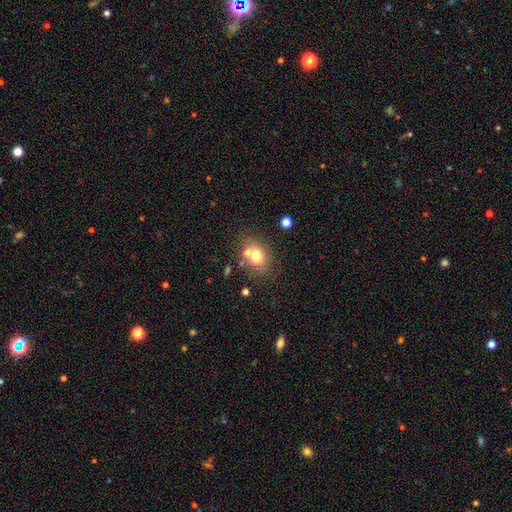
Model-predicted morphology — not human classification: smooth 71%, featured or disk 16%, star or artifact 13%. Down the decision tree: how rounded — round (53%); merging — none (61%).